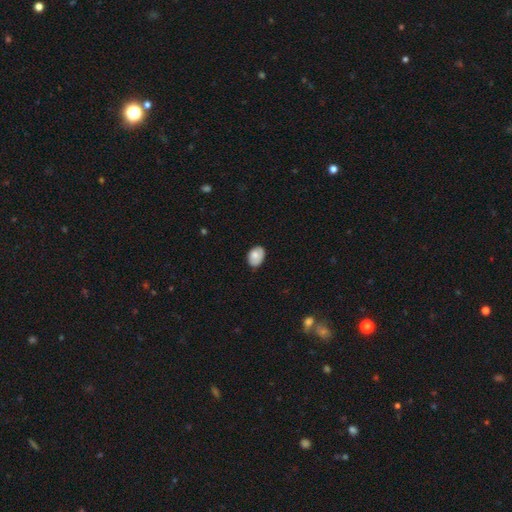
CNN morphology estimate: smooth-or-featured: smooth: 76% | featured or disk: 17% | star or artifact: 7%
  how-rounded: in between: 78% | round: 21% | cigar-shaped: 1%
  merging: none: 77% | minor disturbance: 19% | major disturbance: 3% | merger: 1%